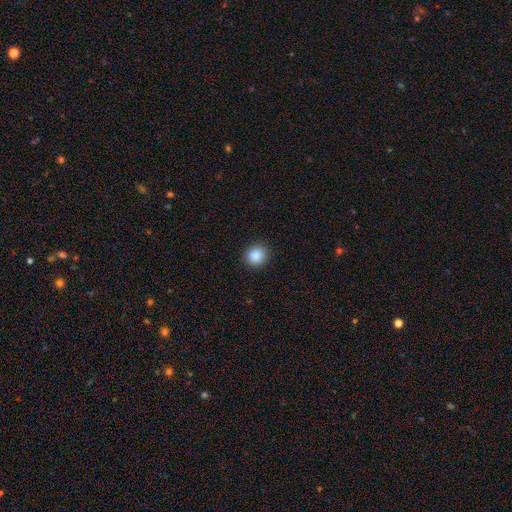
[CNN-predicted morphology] Smooth or featured? Predicted: smooth (p=0.87). How rounded? Predicted: round (p=0.90). Merging? Predicted: none (p=0.92).